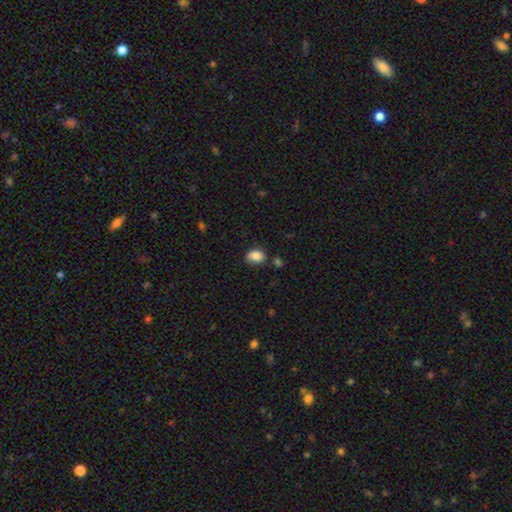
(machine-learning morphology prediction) A smooth galaxy with no disk features (84%) that is in between round and cigar-shaped (75%).

Vote fractions:
- Smooth or featured? smooth: 84% / star or artifact: 9% / featured or disk: 7%
- How rounded? in between: 75% / round: 24% / cigar-shaped: 1%
- Merging? none: 71% / minor disturbance: 20% / merger: 5% / major disturbance: 4%